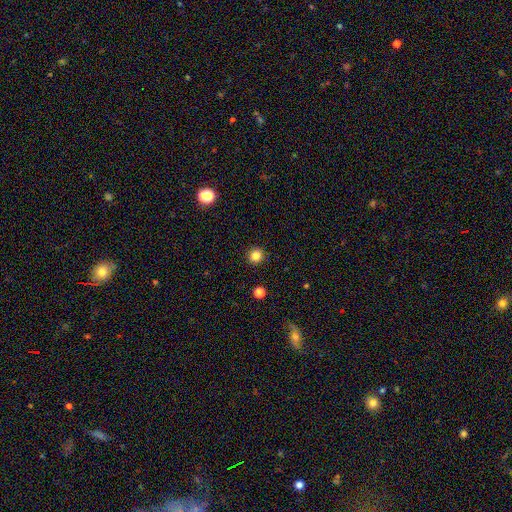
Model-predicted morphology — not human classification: Smooth or featured? smooth (83%)
How rounded? round (94%)
Merging? none (92%)